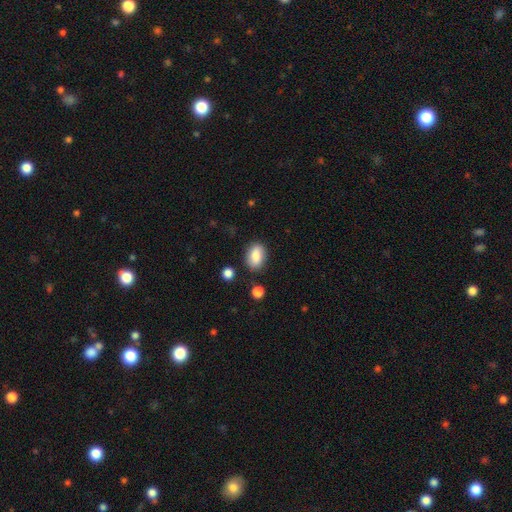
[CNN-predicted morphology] smooth 82%, featured or disk 10%, star or artifact 8%. Down the decision tree: how rounded — in between (83%); merging — none (80%).